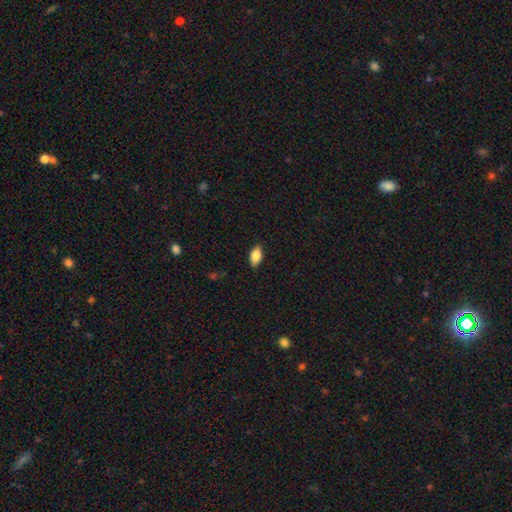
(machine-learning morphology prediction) Smooth or featured: smooth — 83% (featured or disk — 9%)
How rounded: in between — 91% (cigar-shaped — 5%)
Merging: none — 87% (minor disturbance — 10%)